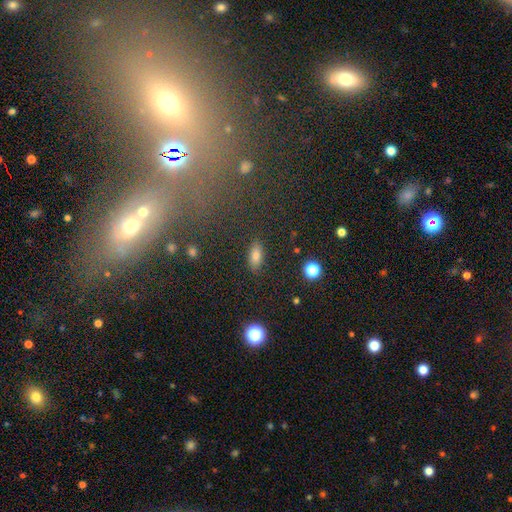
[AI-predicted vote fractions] smooth_or_featured: smooth (p=0.77) [alt: star or artifact p=0.12]
how_rounded: in between (p=0.82) [alt: cigar-shaped p=0.12]
merging: none (p=0.88) [alt: minor disturbance p=0.08]